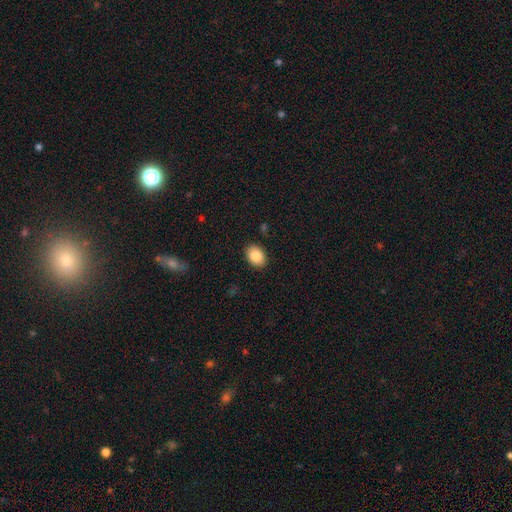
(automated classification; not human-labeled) Smooth or featured? Predicted: smooth (p=0.87). How rounded? Predicted: in between (p=0.78). Merging? Predicted: none (p=0.89).